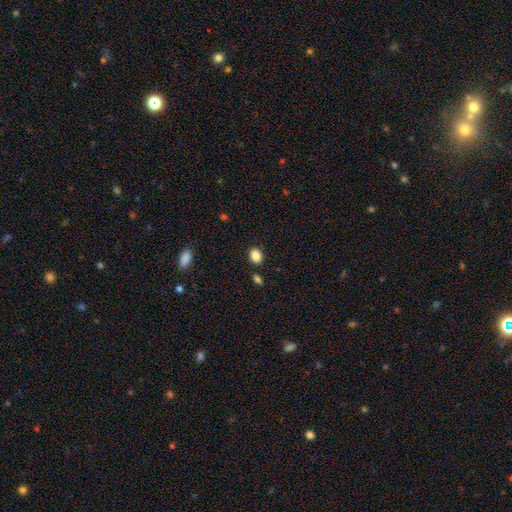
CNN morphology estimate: This appears to be a smooth galaxy with no disk features (86%) that is in between round and cigar-shaped (59%). Merging: none (84%).